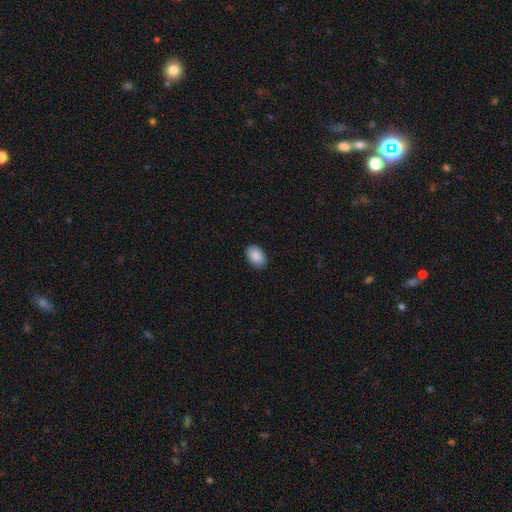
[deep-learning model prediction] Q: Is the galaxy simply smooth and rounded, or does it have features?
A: smooth — 90%.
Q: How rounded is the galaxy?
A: in between — 89%.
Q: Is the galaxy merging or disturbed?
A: none — 89%.